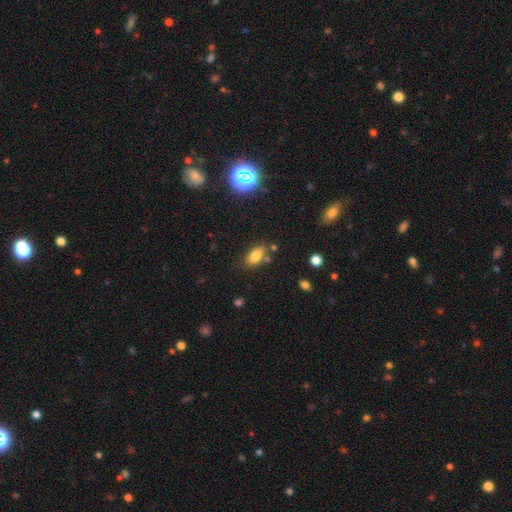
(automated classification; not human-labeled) Q: Smooth or featured?
A: smooth (80%); runner-up: star or artifact (11%)
Q: How rounded?
A: in between (87%); runner-up: cigar-shaped (7%)
Q: Merging?
A: none (73%); runner-up: minor disturbance (14%)